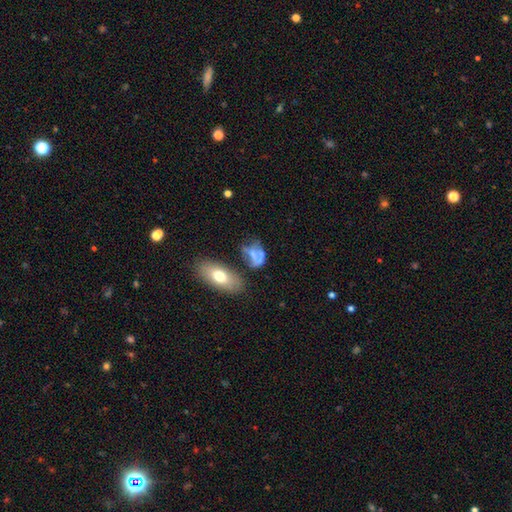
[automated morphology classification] The model was most divided on "merging": none: 35%, major disturbance: 22%, minor disturbance: 22%, merger: 21%. More confident: how rounded — in between (75%); smooth or featured — smooth (52%).